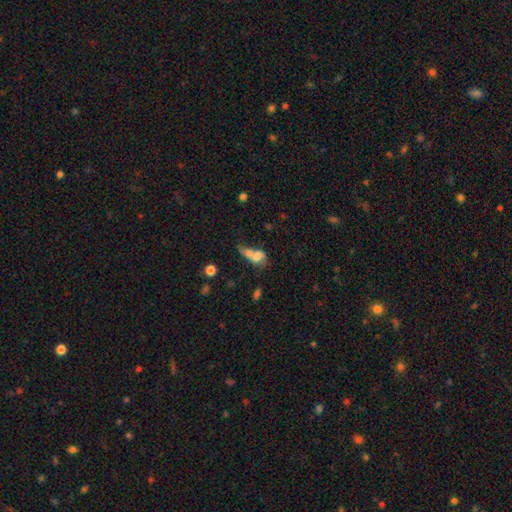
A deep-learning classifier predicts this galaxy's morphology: Smooth or featured?
  - smooth: 61% *
  - featured or disk: 26%
  - star or artifact: 12%
How rounded?
  - in between: 68% *
  - round: 24%
  - cigar-shaped: 8%
Merging?
  - merger: 62% *
  - none: 15%
  - major disturbance: 14%
  - minor disturbance: 9%